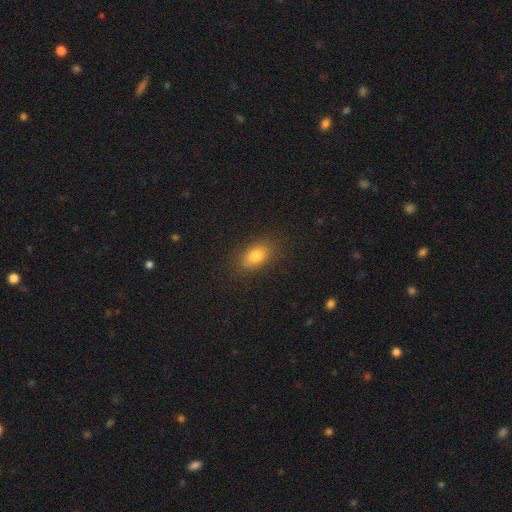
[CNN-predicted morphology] Smooth or featured?
  - smooth: 81% *
  - star or artifact: 10%
  - featured or disk: 10%
How rounded?
  - in between: 85% *
  - round: 11%
  - cigar-shaped: 4%
Merging?
  - none: 82% *
  - minor disturbance: 13%
  - major disturbance: 3%
  - merger: 1%